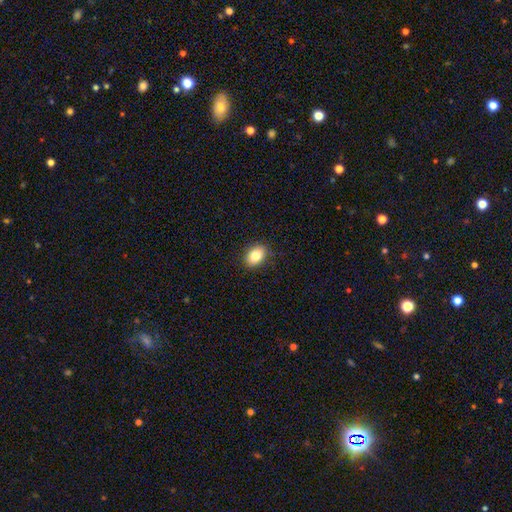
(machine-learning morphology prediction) The model was most divided on "how rounded": in between: 74%, round: 25%, cigar-shaped: 1%. More confident: merging — none (88%); smooth or featured — smooth (82%).